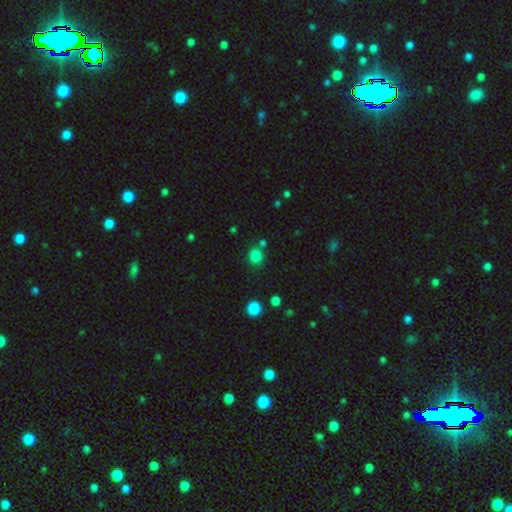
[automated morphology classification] Q: Smooth or featured?
A: smooth (81%); runner-up: star or artifact (14%)
Q: How rounded?
A: round (80%); runner-up: in between (19%)
Q: Merging?
A: none (75%); runner-up: merger (11%)